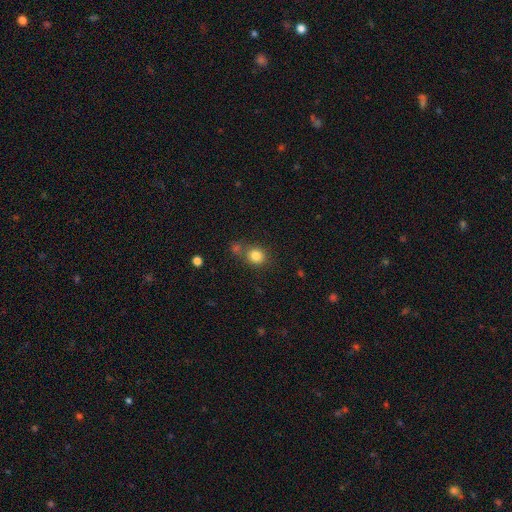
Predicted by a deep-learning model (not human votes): This appears to be a smooth galaxy with no disk features (83%) that is round (80%). Merging: none (68%).